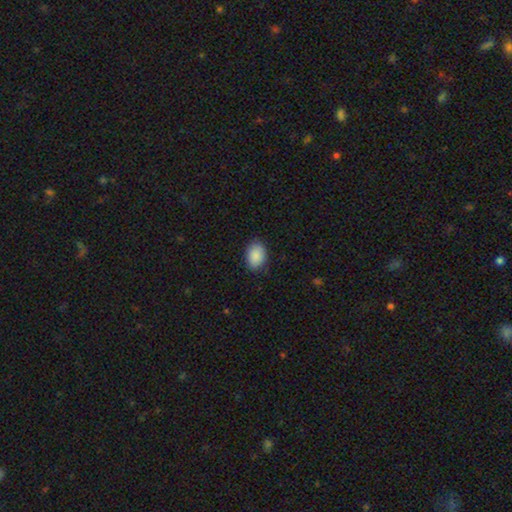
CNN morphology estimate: smooth 89%, star or artifact 7%, featured or disk 4%. Down the decision tree: how rounded — in between (83%); merging — none (86%).